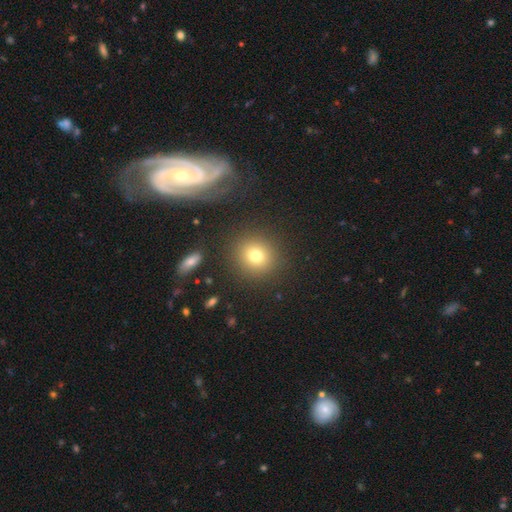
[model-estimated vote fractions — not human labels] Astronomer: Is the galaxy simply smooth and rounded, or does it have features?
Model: smooth — 75%.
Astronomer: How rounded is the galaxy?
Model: round — 87%.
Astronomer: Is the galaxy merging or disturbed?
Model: none — 87%.